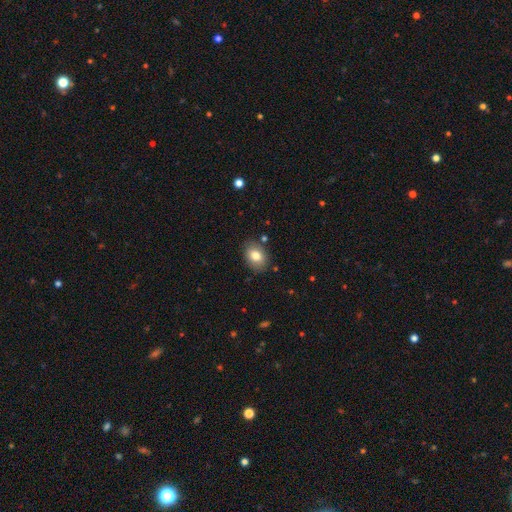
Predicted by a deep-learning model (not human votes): Smooth or featured: smooth — 80% (featured or disk — 11%)
How rounded: in between — 68% (round — 31%)
Merging: none — 84% (minor disturbance — 11%)